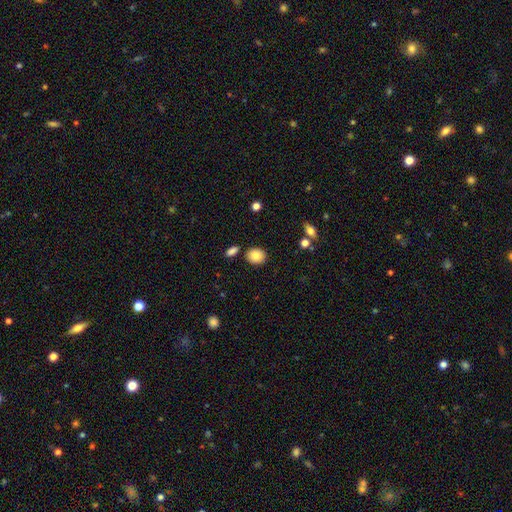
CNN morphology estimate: This is clearly a smooth galaxy (85%). How rounded: likely round (64%). Merging: clearly none (85%).